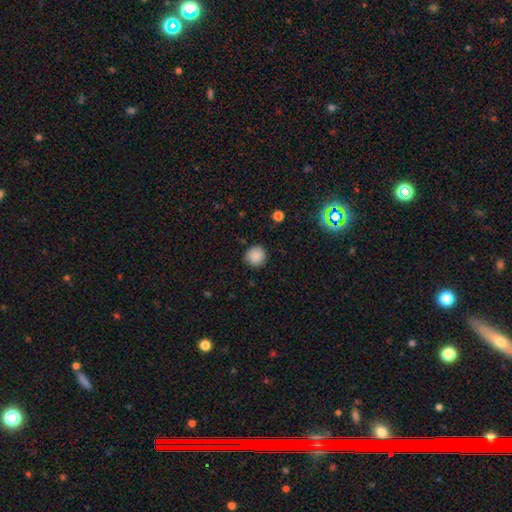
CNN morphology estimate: This is clearly a smooth galaxy (87%). How rounded: clearly round (93%). Merging: clearly none (89%).